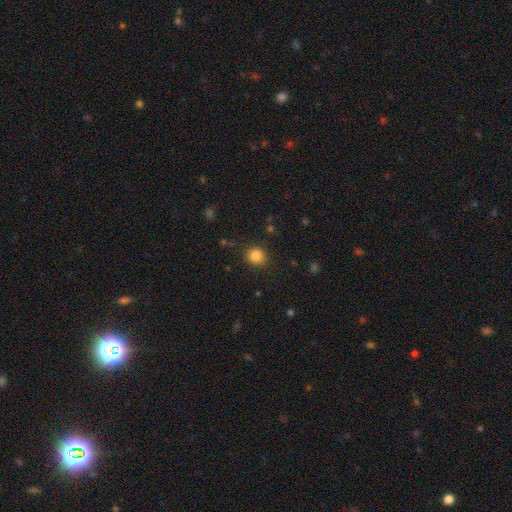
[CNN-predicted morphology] Smooth or featured? Predicted: smooth (p=0.84). How rounded? Predicted: round (p=0.88). Merging? Predicted: none (p=0.89).